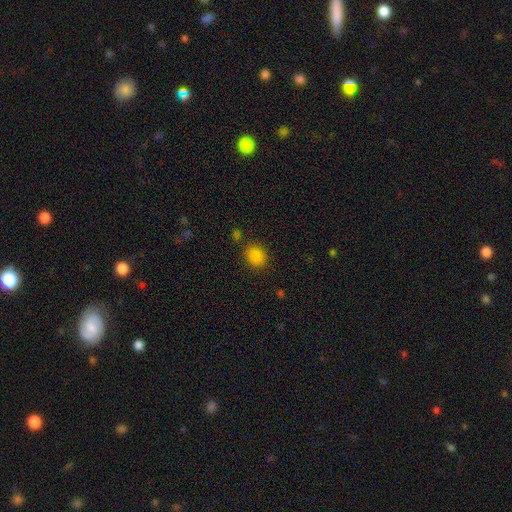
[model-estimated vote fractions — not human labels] Smooth or featured: smooth — 84% (star or artifact — 12%)
How rounded: round — 69% (in between — 30%)
Merging: none — 83% (minor disturbance — 10%)